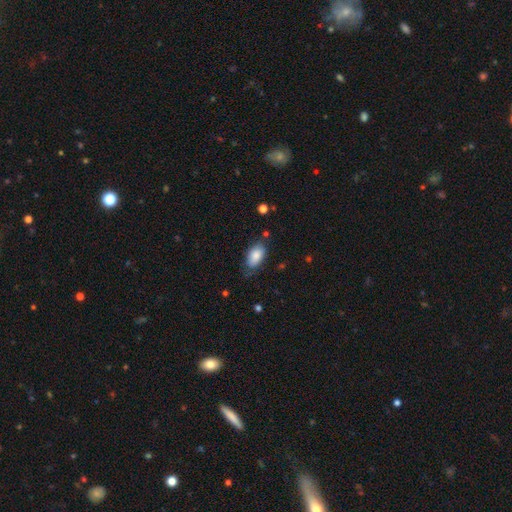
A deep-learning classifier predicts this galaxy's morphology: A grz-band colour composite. It shows a smooth galaxy with no disk features (83%) that is in between round and cigar-shaped (93%). Merging: none (65%).